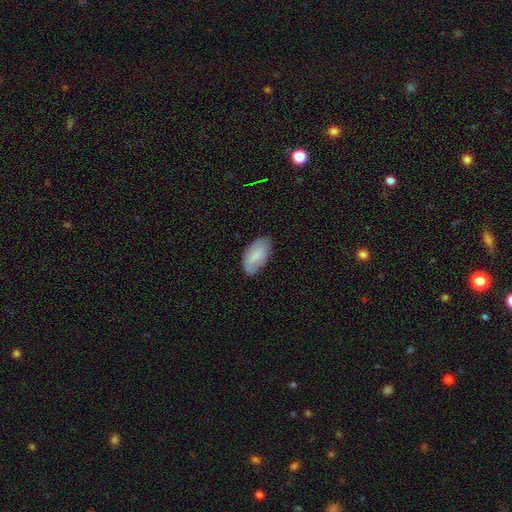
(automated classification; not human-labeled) Overall: smooth (77%). How rounded: in between (94%). Merging: none (76%).